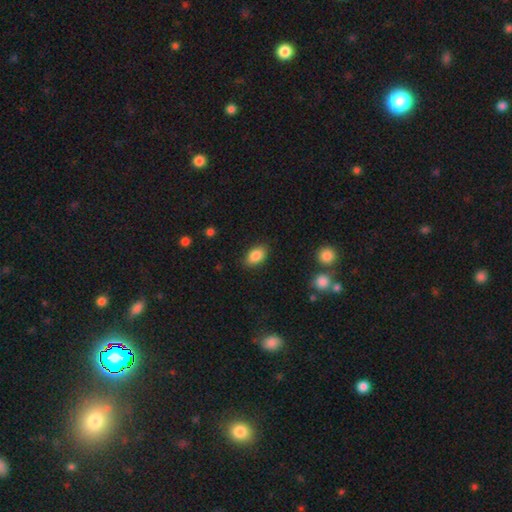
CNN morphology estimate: A smooth galaxy with no disk features (86%) that is in between round and cigar-shaped (89%).

Vote fractions:
- Smooth or featured? smooth: 86% / star or artifact: 8% / featured or disk: 6%
- How rounded? in between: 89% / round: 9% / cigar-shaped: 2%
- Merging? none: 85% / minor disturbance: 11% / major disturbance: 3% / merger: 1%